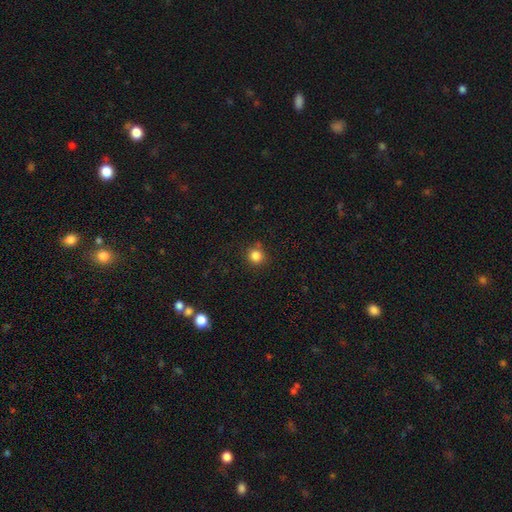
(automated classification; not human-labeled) The model was most divided on "smooth or featured": smooth: 83%, star or artifact: 12%, featured or disk: 4%. More confident: how rounded — round (92%); merging — none (83%).